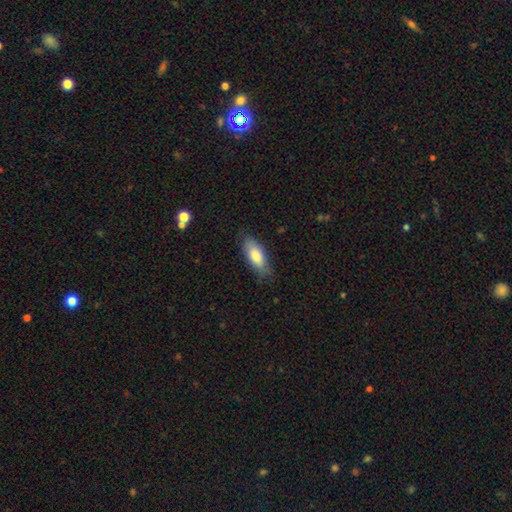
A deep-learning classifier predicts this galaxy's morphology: Q: Smooth or featured?
A: smooth (80%); runner-up: featured or disk (14%)
Q: How rounded?
A: in between (78%); runner-up: cigar-shaped (20%)
Q: Merging?
A: none (81%); runner-up: minor disturbance (15%)